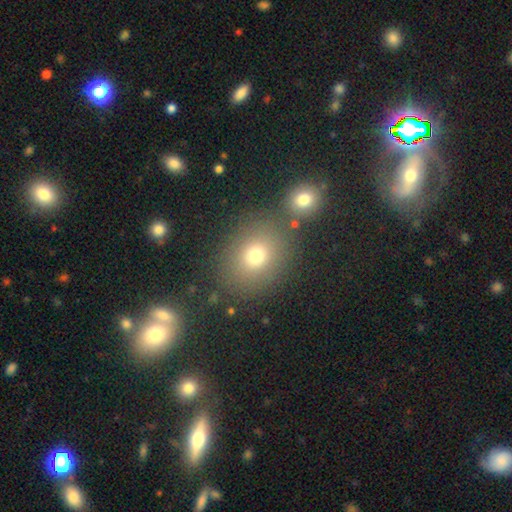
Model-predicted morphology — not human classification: smooth 74%, star or artifact 15%, featured or disk 11%. Down the decision tree: how rounded — round (56%); merging — none (72%).